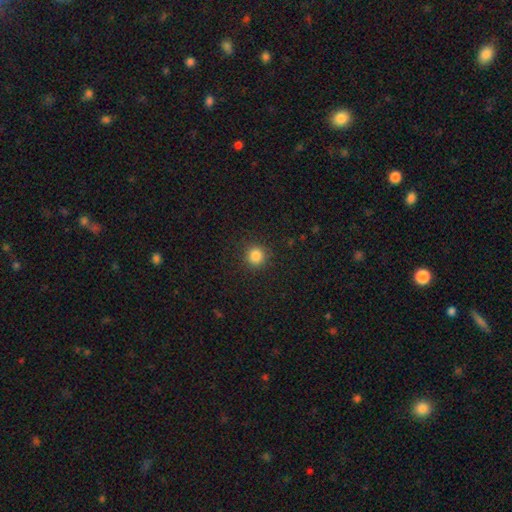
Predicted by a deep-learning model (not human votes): The model was most divided on "smooth or featured": smooth: 84%, star or artifact: 12%, featured or disk: 4%. More confident: how rounded — round (94%); merging — none (90%).